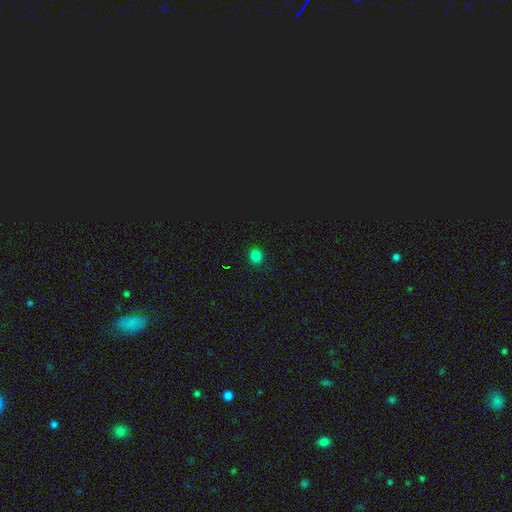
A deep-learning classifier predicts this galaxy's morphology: A smooth galaxy with no disk features (79%) that is round (88%). Merging: none (88%).